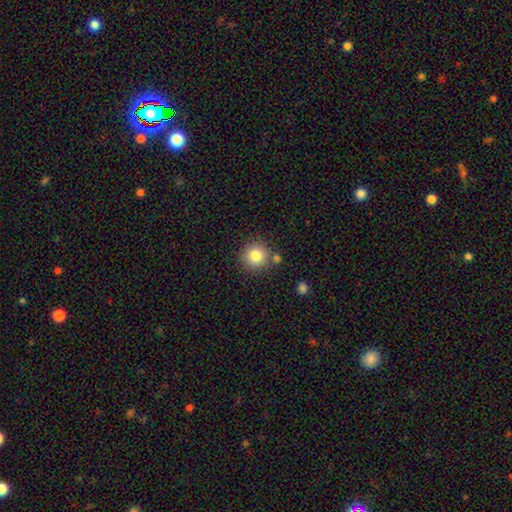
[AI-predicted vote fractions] This is clearly a smooth galaxy (82%). How rounded: clearly round (94%). Merging: likely none (79%).